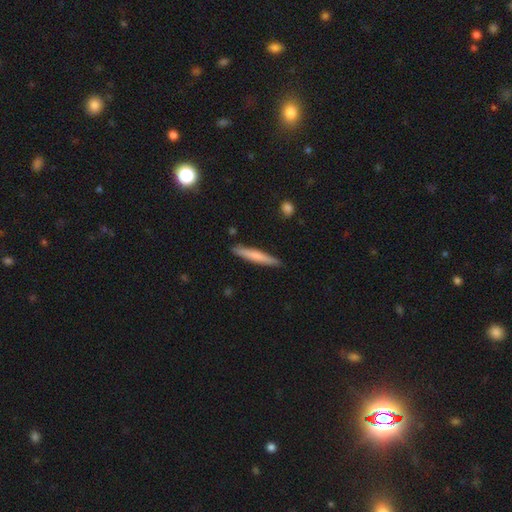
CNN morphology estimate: The model was most divided on "smooth or featured": smooth: 67%, featured or disk: 28%, star or artifact: 5%. More confident: how rounded — cigar-shaped (94%); merging — none (89%).